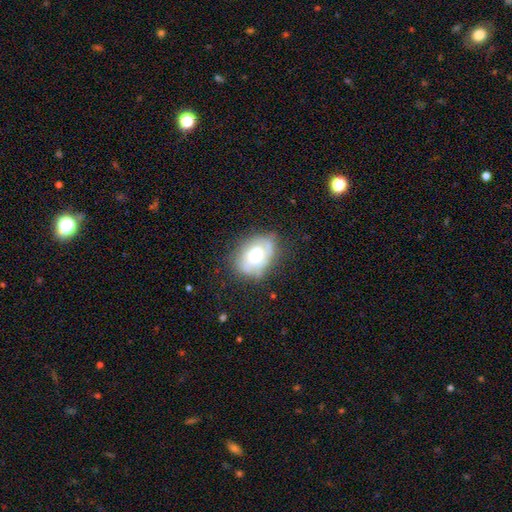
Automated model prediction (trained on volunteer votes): smooth_or_featured: featured or disk (p=0.63) [alt: smooth p=0.29]
disk_edge_on: no (p=0.96) [alt: yes p=0.04]
bar: no (p=0.73) [alt: weak p=0.23]
has_spiral_arms: yes (p=0.82) [alt: no p=0.18]
spiral_winding: tight (p=0.52) [alt: medium p=0.35]
spiral_arm_count: 2 (p=0.37) [alt: can't tell p=0.36]
bulge_size: moderate (p=0.56) [alt: small p=0.26]
merging: none (p=0.66) [alt: minor disturbance p=0.23]